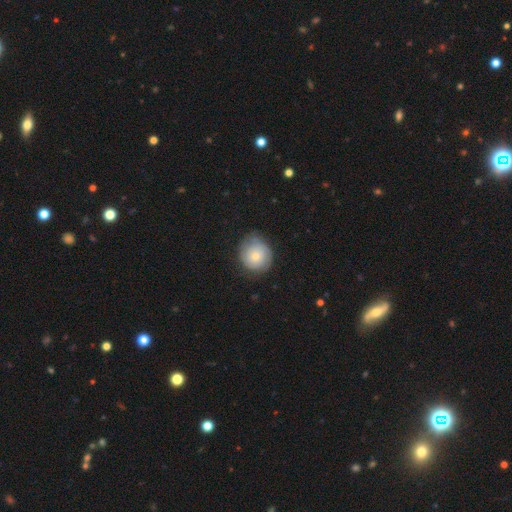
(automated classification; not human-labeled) smooth_or_featured: smooth (p=0.67) [alt: featured or disk p=0.25]
how_rounded: round (p=0.84) [alt: in between p=0.15]
merging: none (p=0.68) [alt: minor disturbance p=0.24]